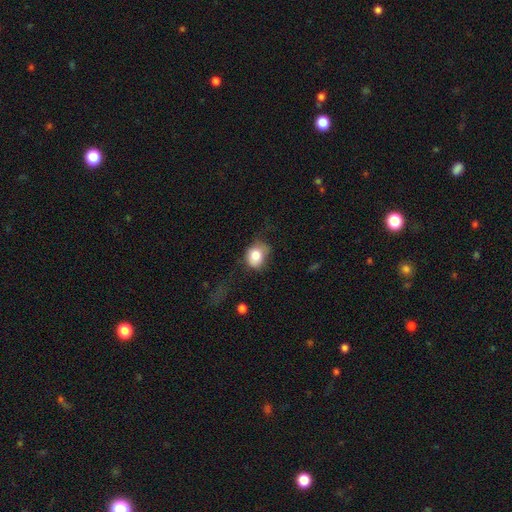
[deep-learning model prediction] This is likely a smooth galaxy (80%). How rounded: possibly round (57%). Merging: possibly none (45%).